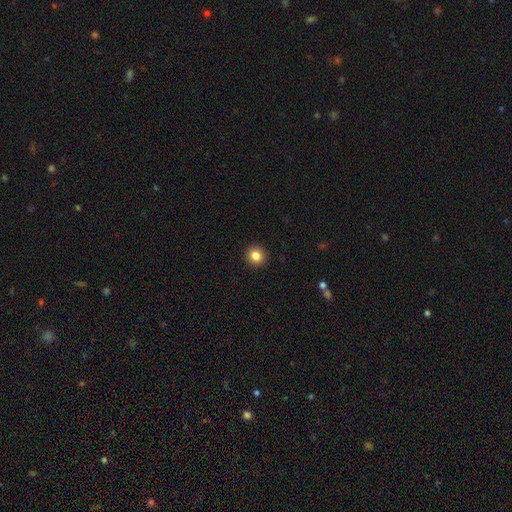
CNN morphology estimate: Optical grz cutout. It shows a smooth galaxy with no disk features (84%) that is round (92%). Merging: none (93%).